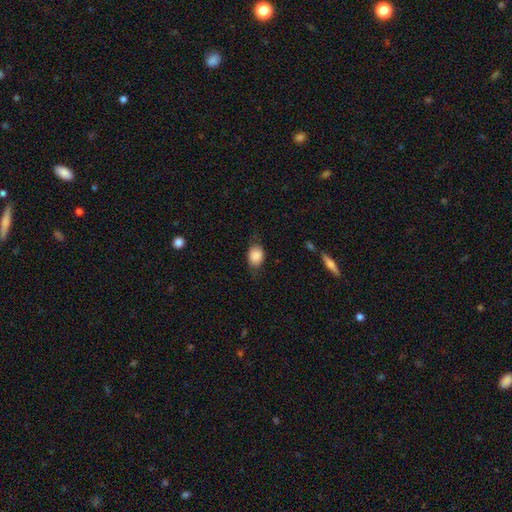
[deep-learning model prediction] Overall: smooth (84%). How rounded: in between (67%; round 31%). Merging: none (66%).